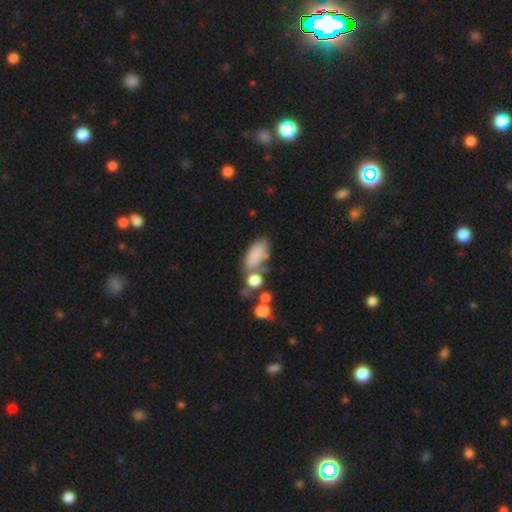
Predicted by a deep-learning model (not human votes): smooth 76%, featured or disk 14%, star or artifact 10%. Down the decision tree: how rounded — in between (86%); merging — none (42%).